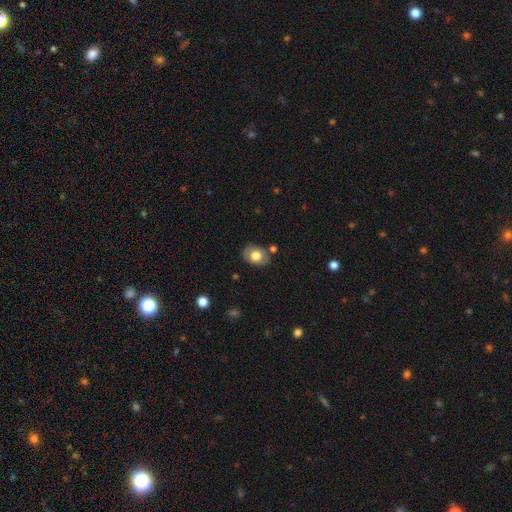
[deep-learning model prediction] The model was most divided on "how rounded": in between: 70%, round: 29%, cigar-shaped: 1%. More confident: merging — none (77%); smooth or featured — smooth (70%).